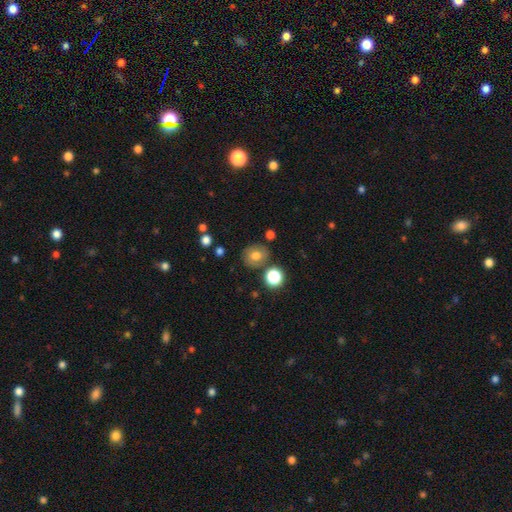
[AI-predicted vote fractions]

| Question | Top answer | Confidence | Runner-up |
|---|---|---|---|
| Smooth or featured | smooth | 73% | featured or disk (14%) |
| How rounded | round | 73% | in between (26%) |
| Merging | none | 77% | minor disturbance (13%) |